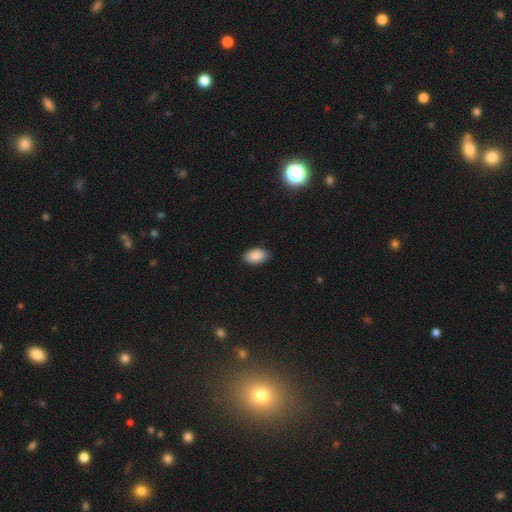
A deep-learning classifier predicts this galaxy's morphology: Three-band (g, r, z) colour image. It shows a smooth galaxy with no disk features (89%) that is in between round and cigar-shaped (92%). Merging: none (84%).